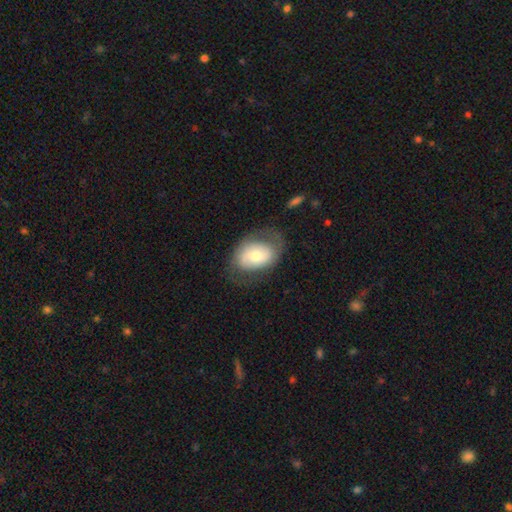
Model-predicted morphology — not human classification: Smooth or featured?
  - smooth: 50% *
  - featured or disk: 43%
  - star or artifact: 7%
Merging?
  - none: 62% *
  - minor disturbance: 22%
  - major disturbance: 14%
  - merger: 2%